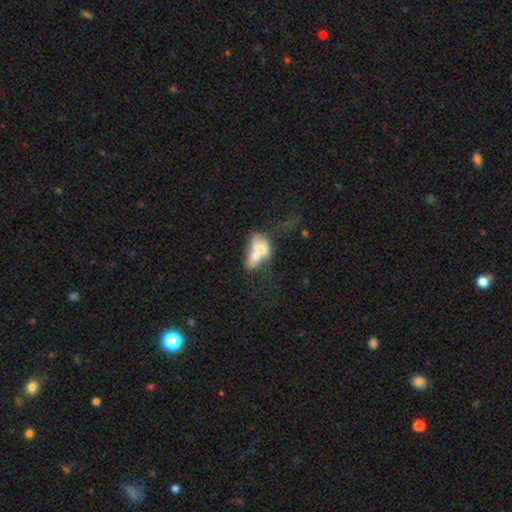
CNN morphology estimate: This appears to be a smooth galaxy with no disk features (59%) that is in between round and cigar-shaped (79%). Merging: merger (72%).